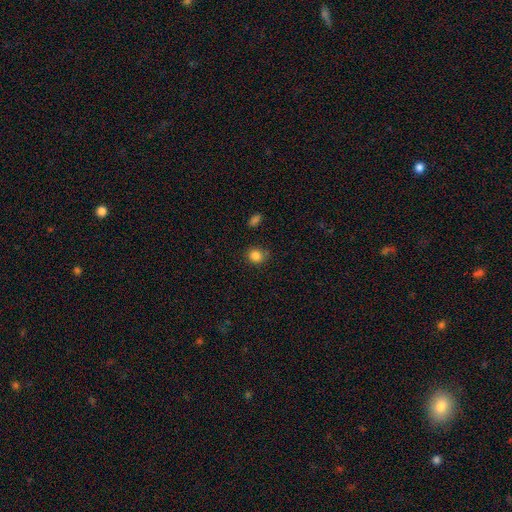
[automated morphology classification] Smooth or featured? Predicted: smooth (p=0.85). How rounded? Predicted: round (p=0.78). Merging? Predicted: none (p=0.77).